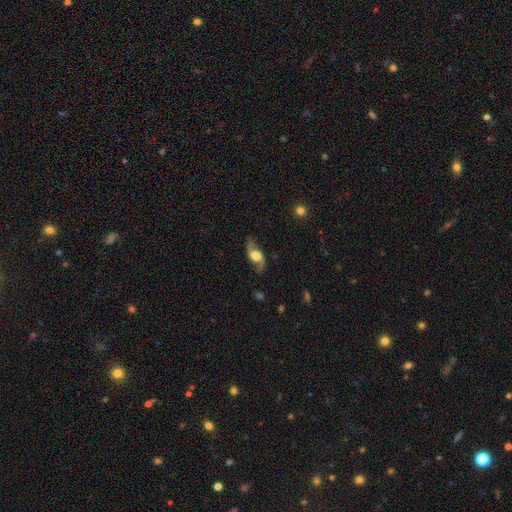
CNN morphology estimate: smooth_or_featured: featured or disk (p=0.68) [alt: smooth p=0.25]
disk_edge_on: no (p=0.88) [alt: yes p=0.12]
bar: no (p=0.54) [alt: weak p=0.35]
has_spiral_arms: yes (p=0.89) [alt: no p=0.11]
spiral_winding: loose (p=0.70) [alt: medium p=0.23]
spiral_arm_count: 2 (p=0.92) [alt: can't tell p=0.03]
bulge_size: large (p=0.49) [alt: moderate p=0.28]
merging: none (p=0.71) [alt: minor disturbance p=0.19]